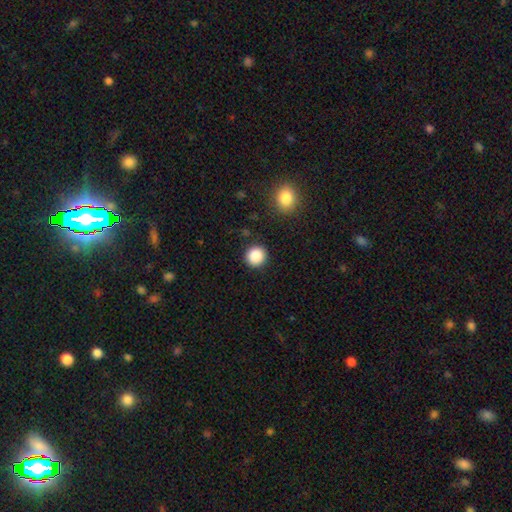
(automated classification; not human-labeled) Smooth or featured? Predicted: smooth (p=0.87). How rounded? Predicted: round (p=0.93). Merging? Predicted: none (p=0.90).